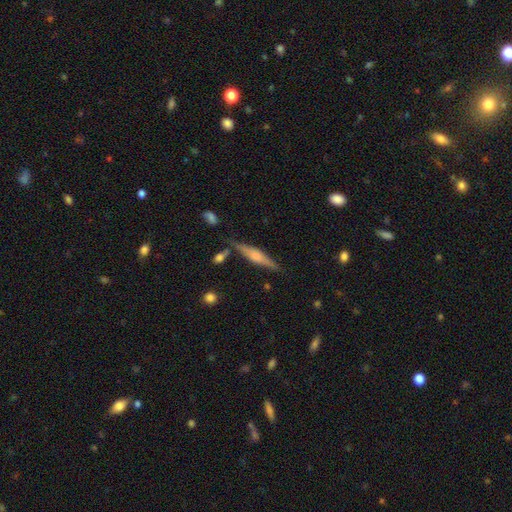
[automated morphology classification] This is likely a featured or disk galaxy (62%). It is clearly viewed edge-on (96%). Edge-on bulge: likely rounded (69%). Merging: clearly none (80%).